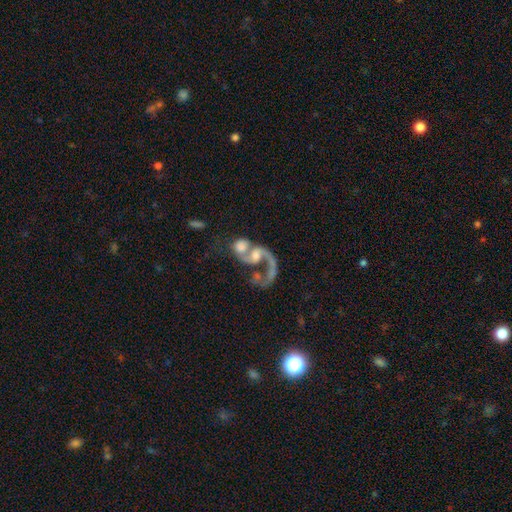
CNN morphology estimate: Smooth or featured? Predicted: featured or disk (p=0.75). Edge-on disk? Predicted: no (p=0.97). Bar? Predicted: no (p=0.67). Spiral arms? Predicted: yes (p=0.81). Spiral winding? Predicted: loose (p=0.72). Spiral arm count? Predicted: 1 (p=0.62). Bulge size? Predicted: moderate (p=0.46). Merging? Predicted: merger (p=0.60).